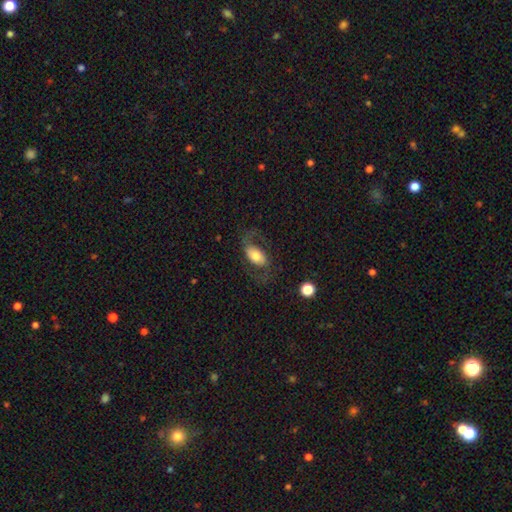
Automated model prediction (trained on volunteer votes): A featured or disk galaxy (50%).

Vote fractions:
- Smooth or featured? featured or disk: 50% / smooth: 43% / star or artifact: 8%
- Merging? none: 62% / major disturbance: 19% / minor disturbance: 17% / merger: 2%